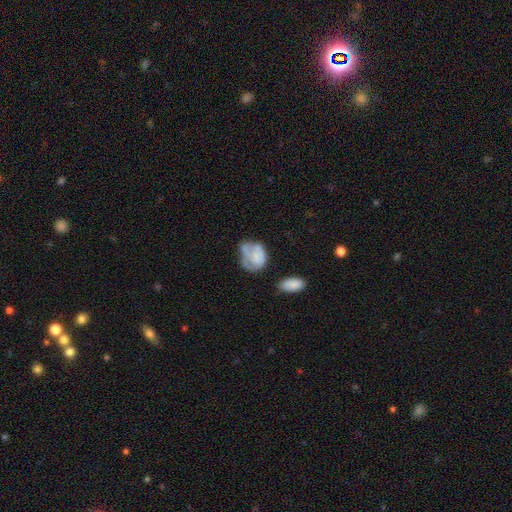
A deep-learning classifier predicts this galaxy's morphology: Smooth or featured?
  - smooth: 51% *
  - featured or disk: 40%
  - star or artifact: 9%
How rounded?
  - in between: 60% *
  - round: 39%
  - cigar-shaped: 1%
Merging?
  - none: 33% *
  - major disturbance: 31%
  - minor disturbance: 28%
  - merger: 9%